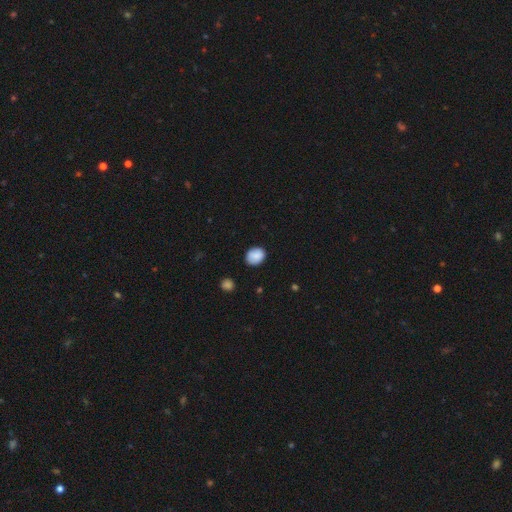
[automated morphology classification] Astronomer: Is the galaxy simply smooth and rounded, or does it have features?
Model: smooth — 84%.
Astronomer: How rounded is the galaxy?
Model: round — 58% (runner-up: in between, 41%).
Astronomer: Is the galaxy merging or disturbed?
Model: none — 80%.